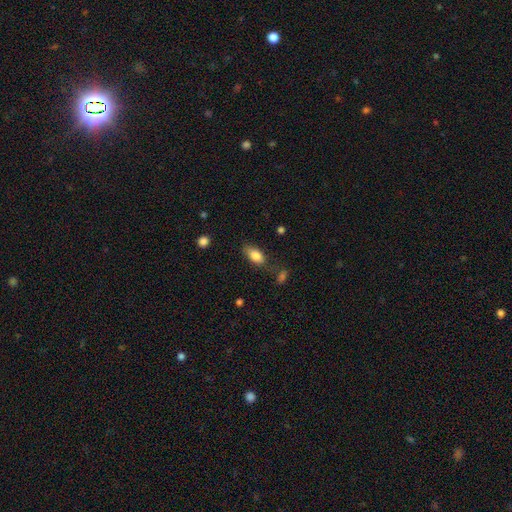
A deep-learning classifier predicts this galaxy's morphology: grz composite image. It shows a smooth galaxy with no disk features (83%) that is in between round and cigar-shaped (89%). Merging: none (70%).